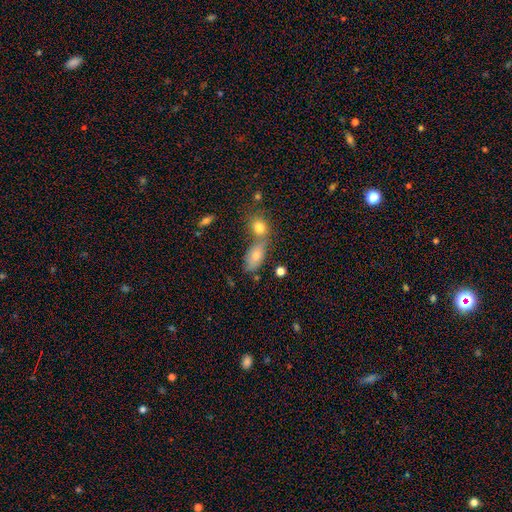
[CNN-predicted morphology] Smooth or featured?
  - smooth: 77% *
  - featured or disk: 14%
  - star or artifact: 9%
How rounded?
  - in between: 84% *
  - round: 10%
  - cigar-shaped: 6%
Merging?
  - merger: 42% * (tied)
  - none: 42% * (tied)
  - minor disturbance: 11%
  - major disturbance: 4%